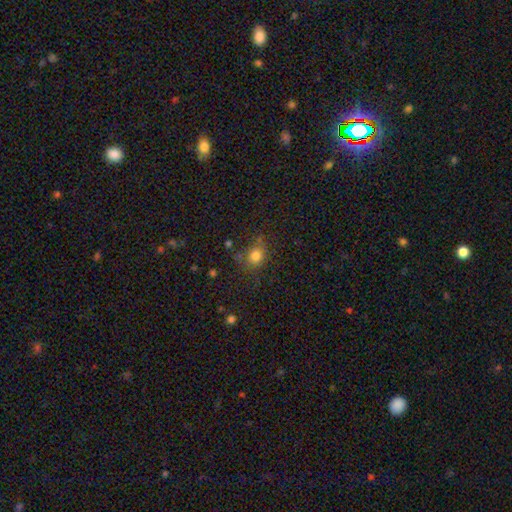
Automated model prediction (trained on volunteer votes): A smooth galaxy with no disk features (79%) that is round (69%).

Vote fractions:
- Smooth or featured? smooth: 79% / star or artifact: 14% / featured or disk: 7%
- How rounded? round: 69% / in between: 30% / cigar-shaped: 1%
- Merging? none: 69% / minor disturbance: 18% / major disturbance: 7% / merger: 6%